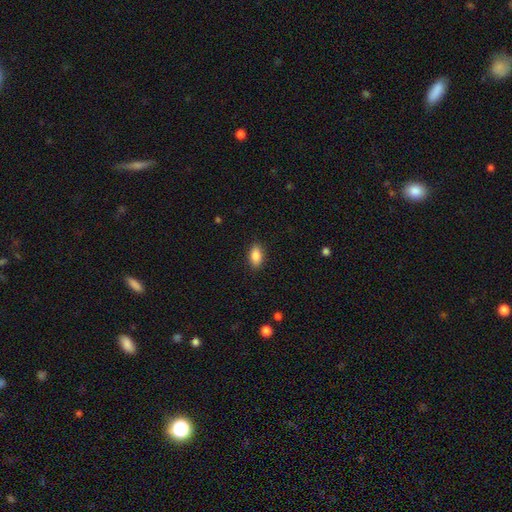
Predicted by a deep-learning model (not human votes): Smooth or featured: smooth — 87% (star or artifact — 7%)
How rounded: in between — 90% (cigar-shaped — 5%)
Merging: none — 89% (minor disturbance — 8%)